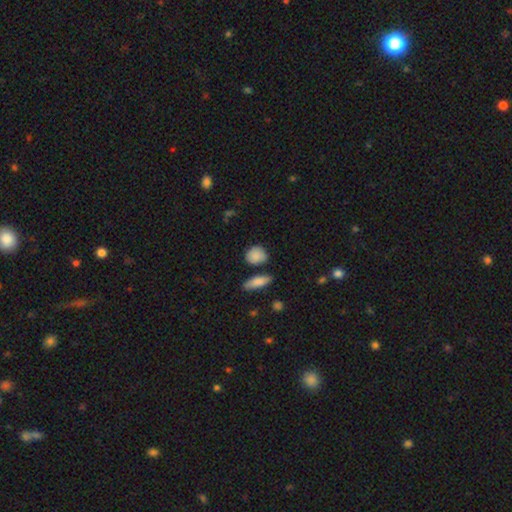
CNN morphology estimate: smooth-or-featured: smooth: 86% | star or artifact: 8% | featured or disk: 6%
  how-rounded: round: 64% | in between: 33% | cigar-shaped: 4%
  merging: none: 70% | minor disturbance: 18% | merger: 8% | major disturbance: 4%